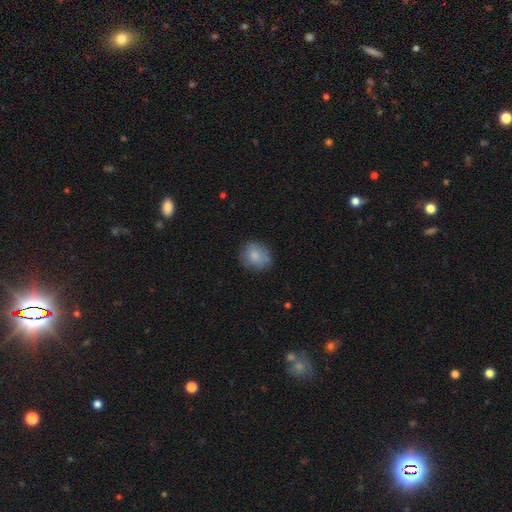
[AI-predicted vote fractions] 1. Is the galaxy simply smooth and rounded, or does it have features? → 80% smooth, 12% featured or disk, 8% star or artifact.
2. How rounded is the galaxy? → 69% round, 30% in between, 1% cigar-shaped.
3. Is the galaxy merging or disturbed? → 72% none, 20% minor disturbance, 5% major disturbance, 3% merger.